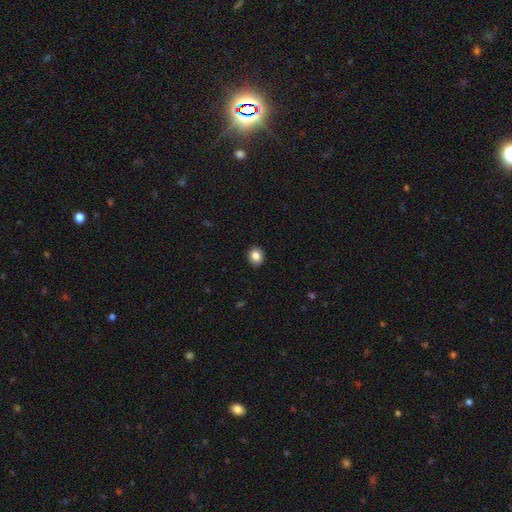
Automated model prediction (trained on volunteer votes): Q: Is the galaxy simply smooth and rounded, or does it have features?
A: smooth — 85%.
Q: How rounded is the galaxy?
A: round — 66%.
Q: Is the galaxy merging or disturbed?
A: none — 91%.